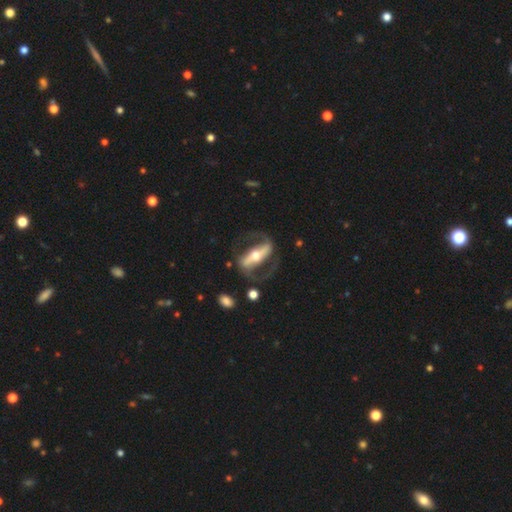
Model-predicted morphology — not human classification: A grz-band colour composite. It shows a featured or disk galaxy (86%) with a strong bar (78%), 2 (89%) medium (45%) spiral arms (83%) and a moderate central bulge (63%). Merging: none (67%).